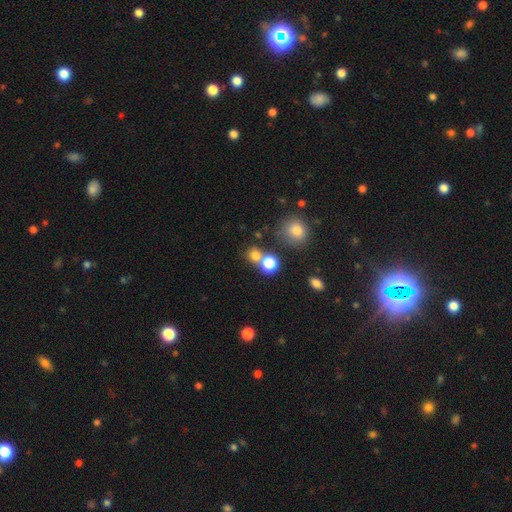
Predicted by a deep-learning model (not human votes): Smooth or featured?
  - smooth: 76% *
  - star or artifact: 17%
  - featured or disk: 7%
How rounded?
  - round: 84% *
  - in between: 15%
  - cigar-shaped: 1%
Merging?
  - none: 58% *
  - merger: 30%
  - minor disturbance: 8%
  - major disturbance: 4%